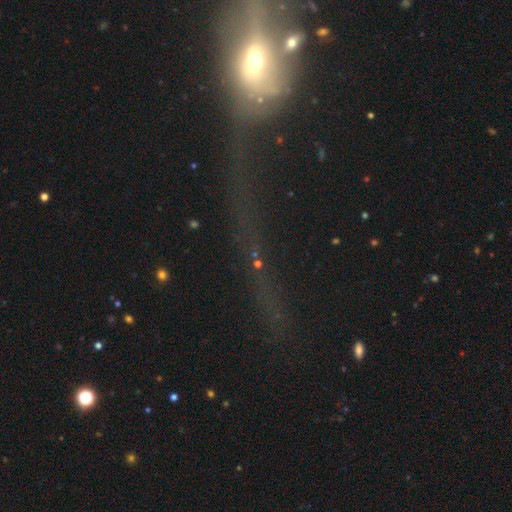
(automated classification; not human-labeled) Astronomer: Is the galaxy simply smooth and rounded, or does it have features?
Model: featured or disk — 40% (runner-up: star or artifact, 32%).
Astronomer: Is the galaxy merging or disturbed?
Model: major disturbance — 48% (runner-up: none, 25%).